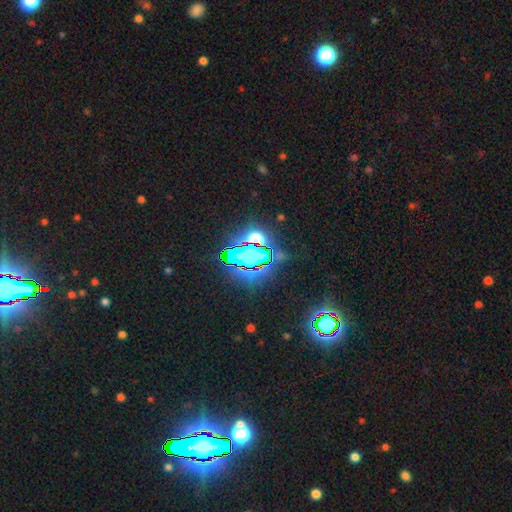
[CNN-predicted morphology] This appears to be a star or artifact, not a galaxy (72%).